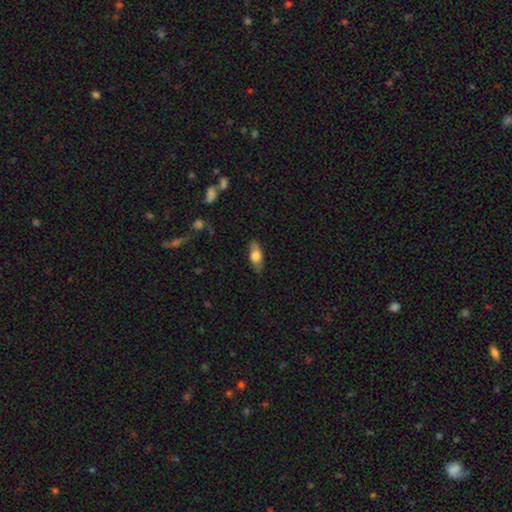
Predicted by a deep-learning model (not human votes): smooth 72%, featured or disk 22%, star or artifact 7%. Down the decision tree: how rounded — in between (80%); merging — none (82%).